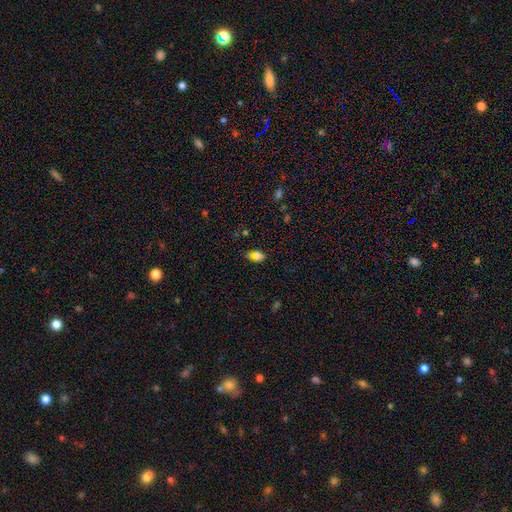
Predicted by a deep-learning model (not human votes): Smooth or featured? smooth (70%)
How rounded? in between (67%)
Merging? none (65%)